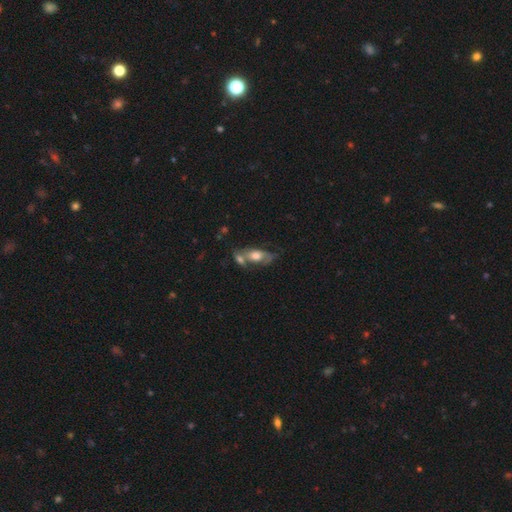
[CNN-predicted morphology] Smooth or featured? smooth (51%)
How rounded? in between (79%)
Merging? merger (41%)